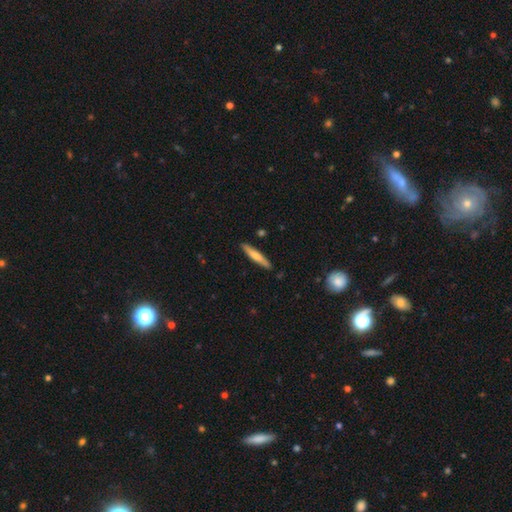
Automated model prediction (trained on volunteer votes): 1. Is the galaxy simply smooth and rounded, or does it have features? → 67% smooth, 27% featured or disk, 5% star or artifact.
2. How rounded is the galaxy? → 91% cigar-shaped, 7% in between, 1% round.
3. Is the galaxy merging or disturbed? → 87% none, 9% minor disturbance, 2% merger, 2% major disturbance.